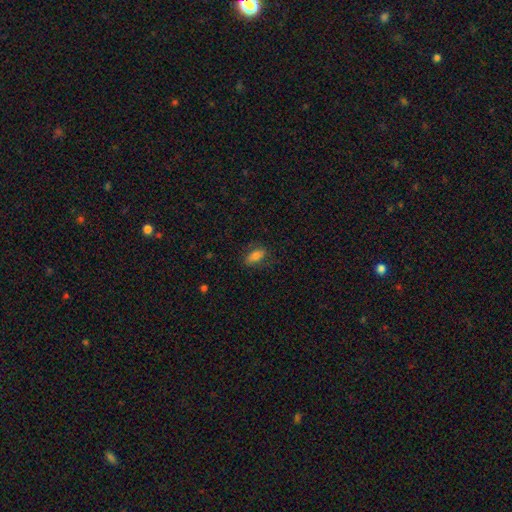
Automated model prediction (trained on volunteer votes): The model was most divided on "merging": none: 75%, minor disturbance: 17%, major disturbance: 6%, merger: 1%. More confident: how rounded — in between (86%); smooth or featured — smooth (77%).